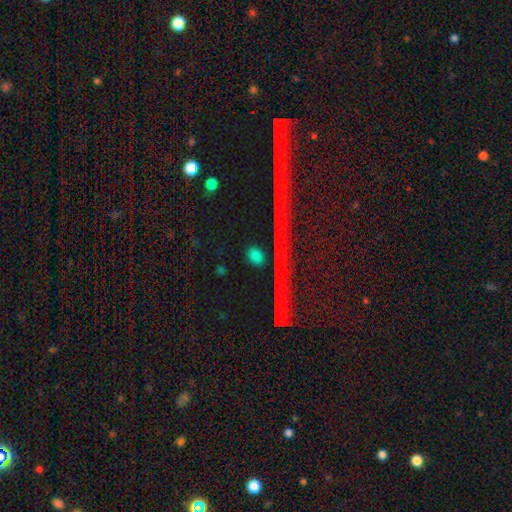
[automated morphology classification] smooth 48%, star or artifact 43%, featured or disk 9%. Down the decision tree: merging — none (86%).